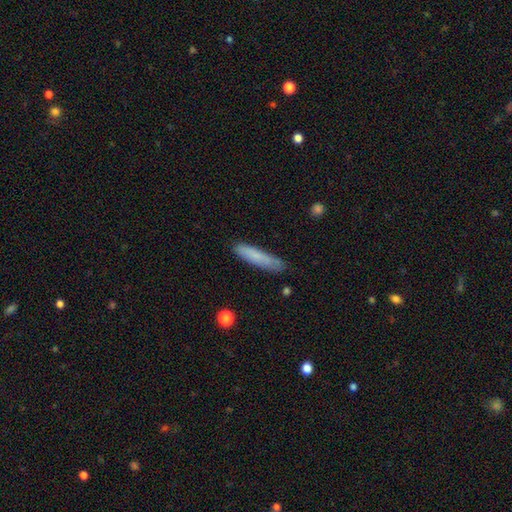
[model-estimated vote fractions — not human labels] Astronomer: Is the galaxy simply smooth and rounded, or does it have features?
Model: smooth — 78%.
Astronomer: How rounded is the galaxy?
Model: cigar-shaped — 87%.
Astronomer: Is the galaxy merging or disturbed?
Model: none — 78%.